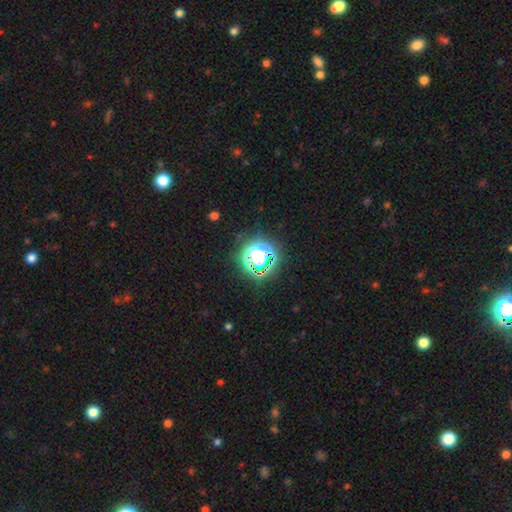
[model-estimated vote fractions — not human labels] Smooth or featured: star or artifact — 55% (smooth — 32%)